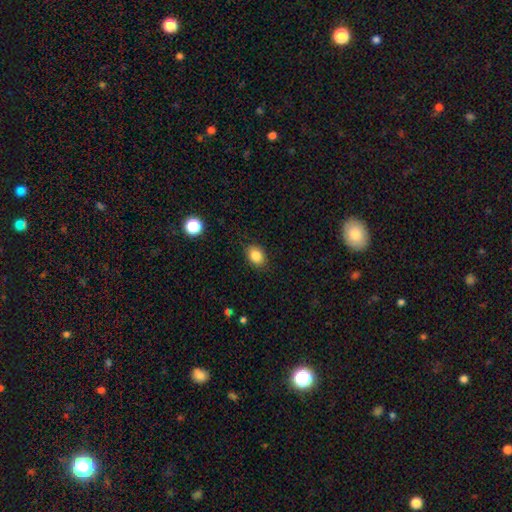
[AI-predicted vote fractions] smooth 85%, star or artifact 9%, featured or disk 6%. Down the decision tree: how rounded — in between (65%); merging — none (86%).